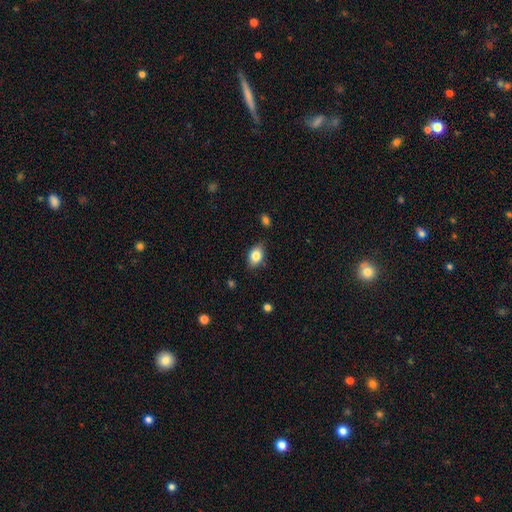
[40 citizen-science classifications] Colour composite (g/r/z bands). It shows a smooth galaxy with no disk features (72%) that is in between round and cigar-shaped (83%). Merging: none (65%).